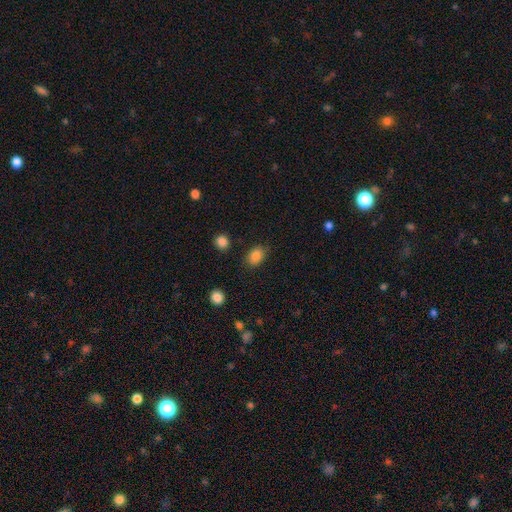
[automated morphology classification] A smooth galaxy with no disk features (86%) that is in between round and cigar-shaped (76%). Merging: none (82%).